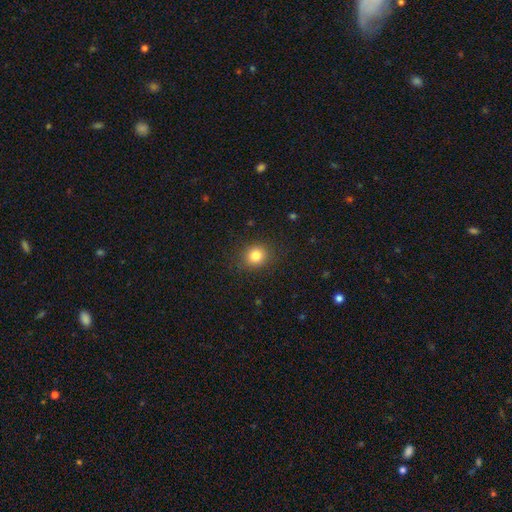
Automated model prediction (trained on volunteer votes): Smooth or featured?
  - smooth: 82% *
  - star or artifact: 12%
  - featured or disk: 6%
How rounded?
  - round: 82% *
  - in between: 18%
  - cigar-shaped: 1%
Merging?
  - none: 88% *
  - minor disturbance: 8%
  - major disturbance: 3%
  - merger: 1%